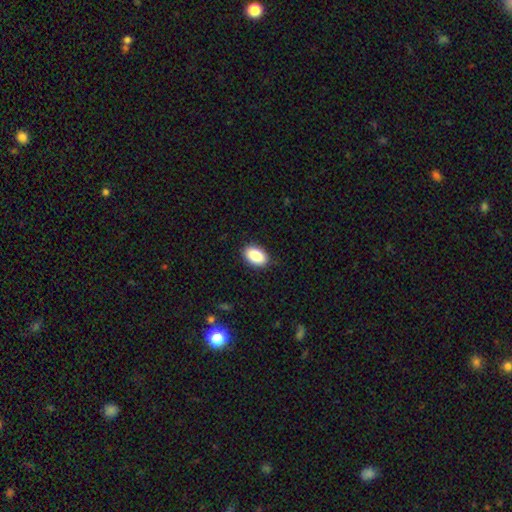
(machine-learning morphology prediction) This appears to be a smooth galaxy with no disk features (87%) that is in between round and cigar-shaped (91%). Merging: none (89%).